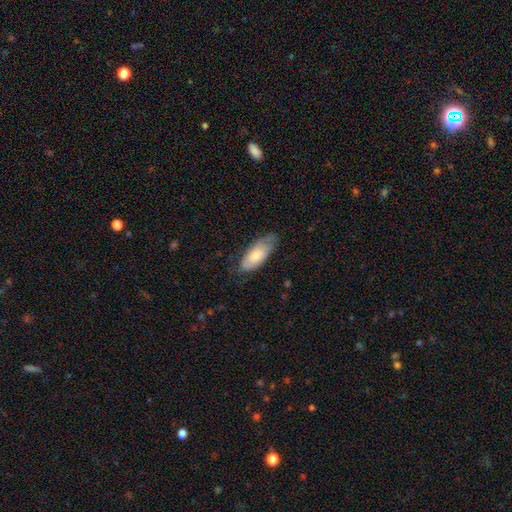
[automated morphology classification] smooth-or-featured: smooth: 71% | featured or disk: 23% | star or artifact: 6%
  how-rounded: in between: 82% | cigar-shaped: 16% | round: 2%
  merging: none: 60% | minor disturbance: 31% | major disturbance: 8% | merger: 1%